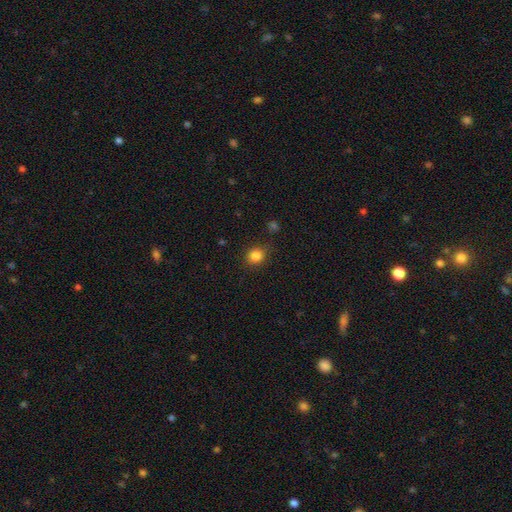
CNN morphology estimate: A smooth galaxy with no disk features (84%) that is round (80%).

Vote fractions:
- Smooth or featured? smooth: 84% / star or artifact: 12% / featured or disk: 4%
- How rounded? round: 80% / in between: 19% / cigar-shaped: 1%
- Merging? none: 84% / minor disturbance: 11% / major disturbance: 3% / merger: 2%